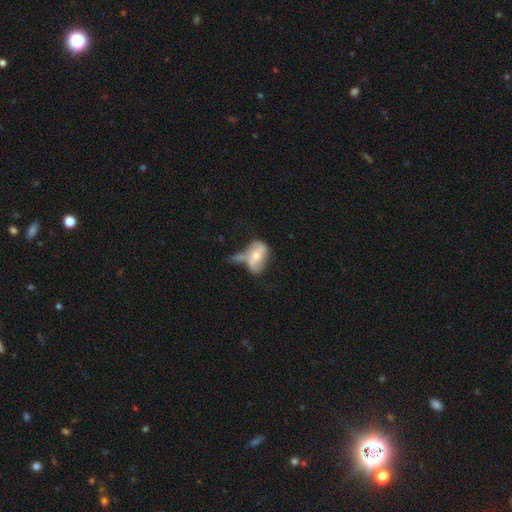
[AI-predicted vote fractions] A smooth galaxy with no disk features (47%). Merging: major disturbance (27%).